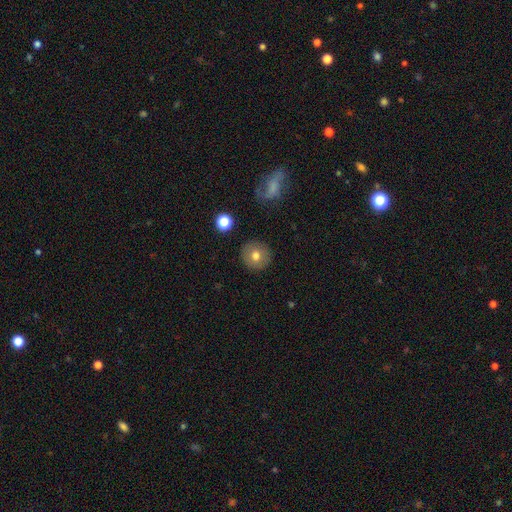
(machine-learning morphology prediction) smooth_or_featured: smooth (p=0.74) [alt: featured or disk p=0.17]
how_rounded: round (p=0.94) [alt: in between p=0.05]
merging: none (p=0.90) [alt: minor disturbance p=0.07]